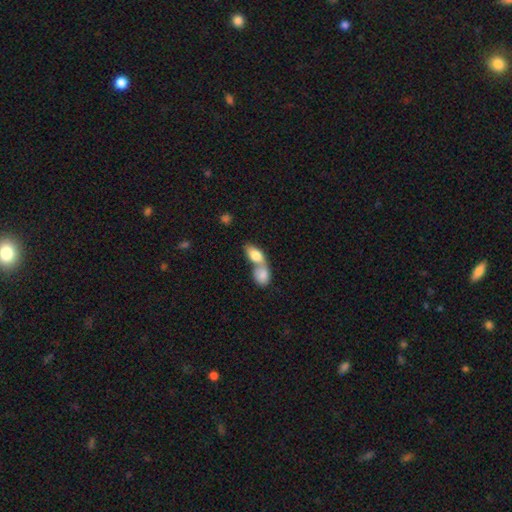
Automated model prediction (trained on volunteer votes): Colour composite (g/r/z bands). It shows a smooth galaxy with no disk features (80%) that is in between round and cigar-shaped (85%). Merging: merger (78%).